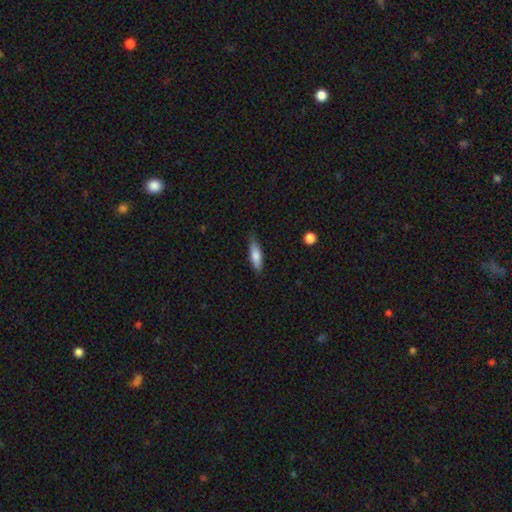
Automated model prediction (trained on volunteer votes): This is likely a smooth galaxy (79%). How rounded: possibly in between (50%). Merging: likely none (76%).